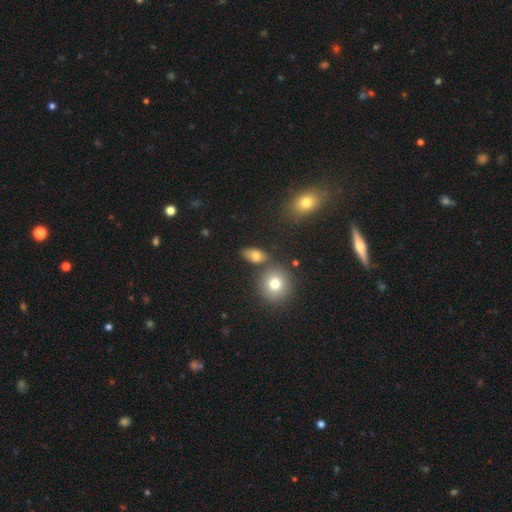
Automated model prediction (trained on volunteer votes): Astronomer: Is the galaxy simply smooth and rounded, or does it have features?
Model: smooth — 77%.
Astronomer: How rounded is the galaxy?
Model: in between — 77%.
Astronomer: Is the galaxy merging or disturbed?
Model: none — 72%.